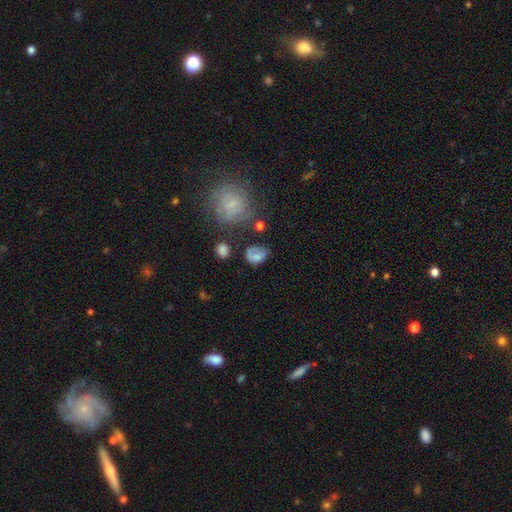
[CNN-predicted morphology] type=smooth (64%); roundness=in between (62%); merging=none (37%).